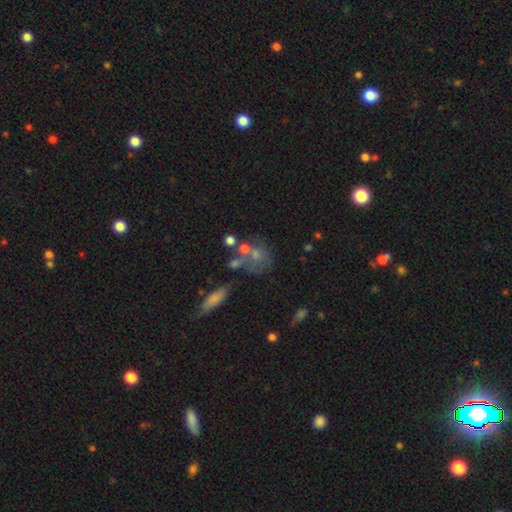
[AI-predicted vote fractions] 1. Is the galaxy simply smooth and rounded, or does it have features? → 52% smooth, 33% featured or disk, 15% star or artifact.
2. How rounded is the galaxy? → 56% round, 42% in between, 3% cigar-shaped.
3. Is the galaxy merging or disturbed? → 34% merger, 31% none, 20% major disturbance, 16% minor disturbance.